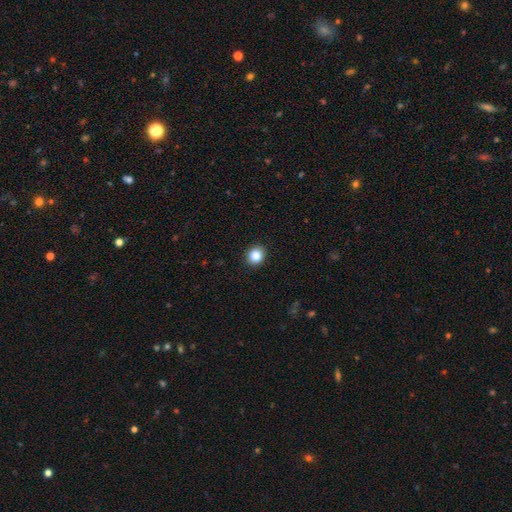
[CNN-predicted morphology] A smooth galaxy with no disk features (87%) that is round (81%). Merging: none (91%).